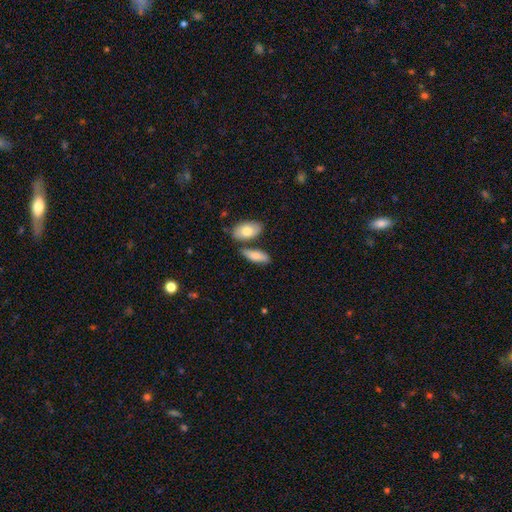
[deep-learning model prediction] smooth_or_featured: smooth (p=0.79) [alt: featured or disk p=0.16]
how_rounded: in between (p=0.79) [alt: cigar-shaped p=0.18]
merging: none (p=0.60) [alt: merger p=0.23]